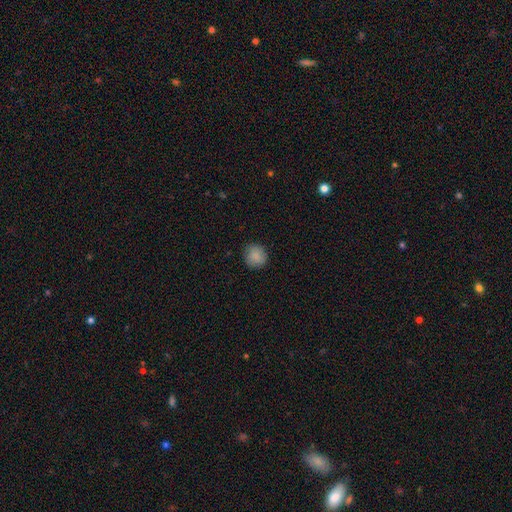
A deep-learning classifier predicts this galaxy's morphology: Smooth or featured? smooth (88%)
How rounded? round (90%)
Merging? none (88%)